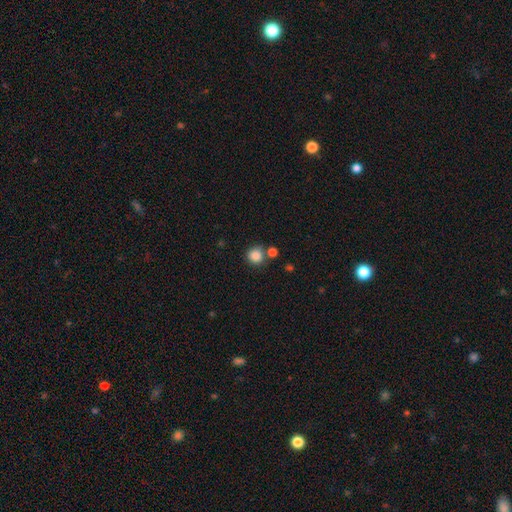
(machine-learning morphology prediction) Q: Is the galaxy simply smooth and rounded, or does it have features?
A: smooth — 86%.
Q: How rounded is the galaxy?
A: round — 90%.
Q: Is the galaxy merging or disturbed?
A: none — 70%.